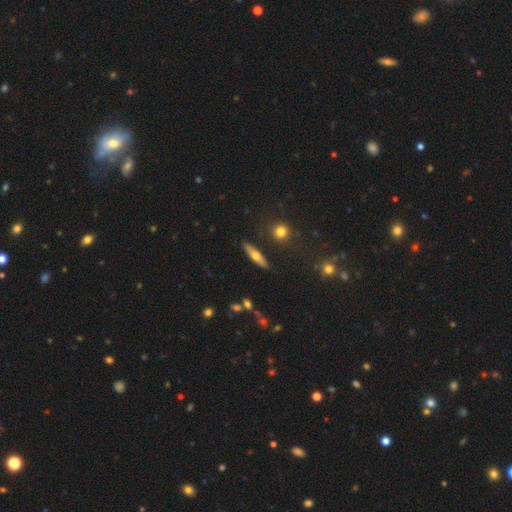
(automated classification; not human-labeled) A smooth galaxy with no disk features (50%).

Vote fractions:
- Smooth or featured? smooth: 50% / featured or disk: 43% / star or artifact: 7%
- Merging? none: 88% / minor disturbance: 8% / merger: 2% / major disturbance: 2%